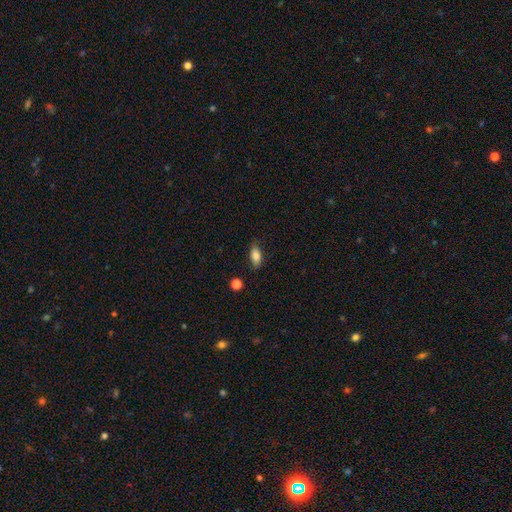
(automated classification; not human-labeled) Smooth or featured?
  - smooth: 80% *
  - featured or disk: 12%
  - star or artifact: 8%
How rounded?
  - in between: 83% *
  - cigar-shaped: 14%
  - round: 4%
Merging?
  - none: 80% *
  - minor disturbance: 15%
  - major disturbance: 3%
  - merger: 2%